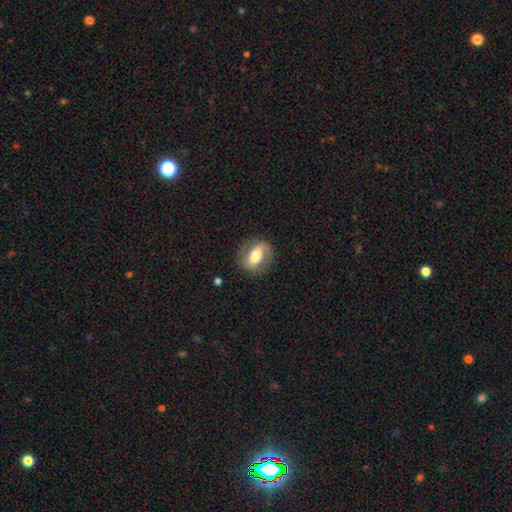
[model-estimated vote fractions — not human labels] Smooth or featured? featured or disk (53%)
Edge-on disk? no (94%)
Merging? none (77%)